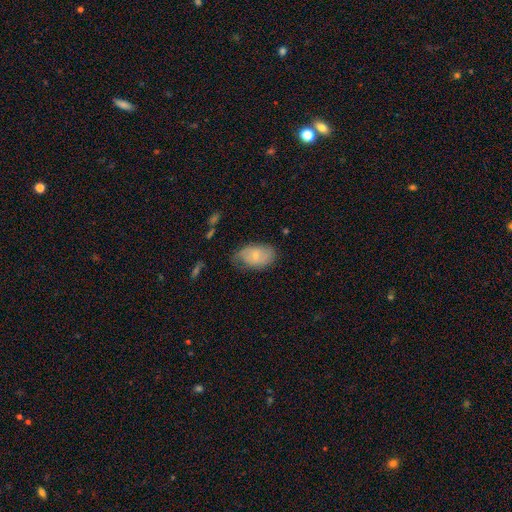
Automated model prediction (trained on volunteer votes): The model was most divided on "merging": none: 58%, minor disturbance: 31%, major disturbance: 9%, merger: 2%. More confident: how rounded — in between (90%); smooth or featured — smooth (64%).